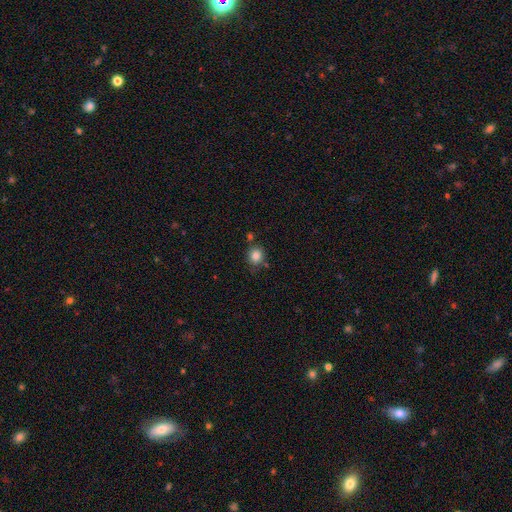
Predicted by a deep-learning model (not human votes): Smooth or featured? smooth (84%)
How rounded? round (81%)
Merging? none (75%)